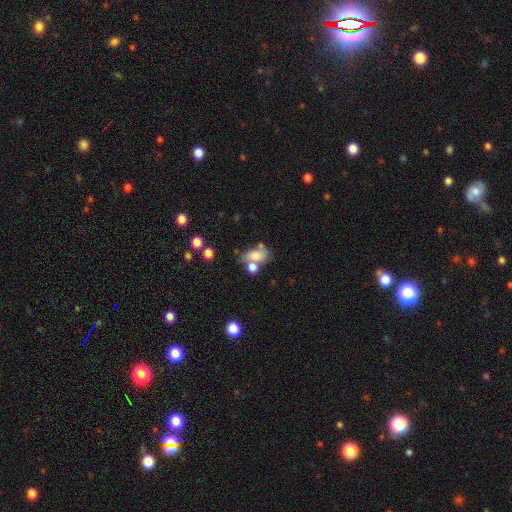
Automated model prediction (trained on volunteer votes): This is likely a smooth galaxy (71%). How rounded: clearly in between (81%). Merging: marginally merger (39%).